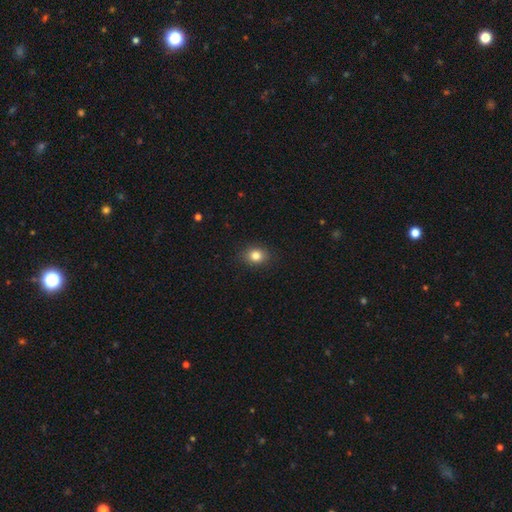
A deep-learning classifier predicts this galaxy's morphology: This is clearly a smooth galaxy (83%). How rounded: possibly round (56%). Merging: clearly none (88%).